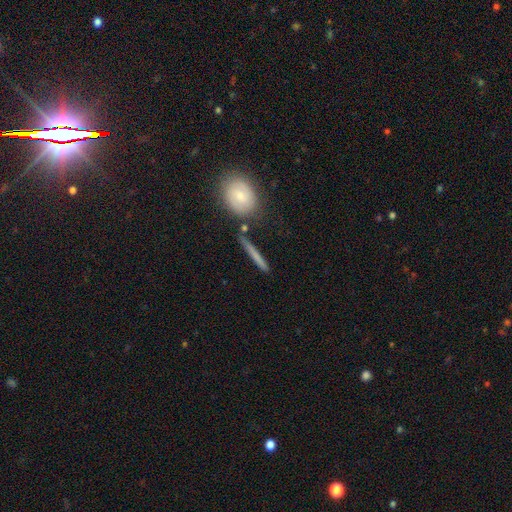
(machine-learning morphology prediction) Smooth or featured: smooth — 60% (featured or disk — 33%)
How rounded: cigar-shaped — 89% (in between — 7%)
Merging: none — 81% (minor disturbance — 10%)